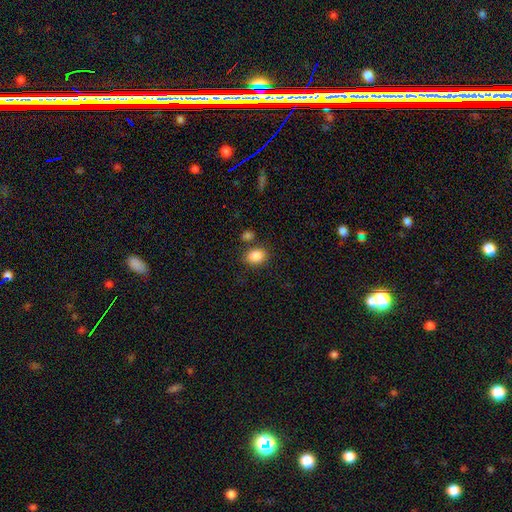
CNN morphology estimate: A smooth galaxy with no disk features (87%) that is in between round and cigar-shaped (67%). Merging: none (73%).